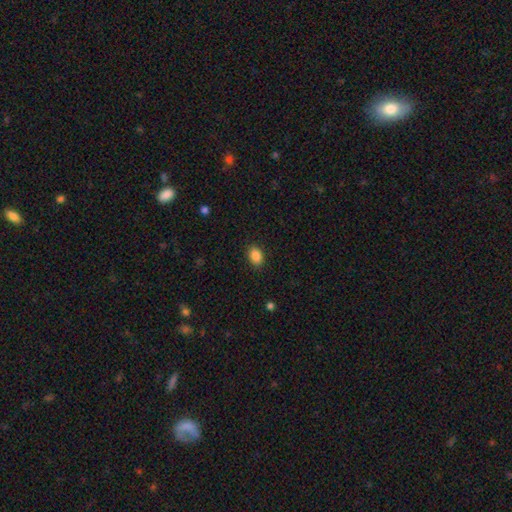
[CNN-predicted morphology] smooth_or_featured: smooth (p=0.88) [alt: star or artifact p=0.09]
how_rounded: in between (p=0.83) [alt: round p=0.16]
merging: none (p=0.88) [alt: minor disturbance p=0.09]